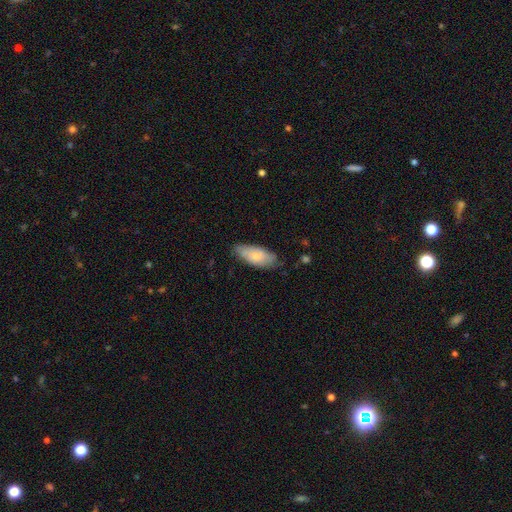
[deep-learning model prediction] Overall: smooth (70%). How rounded: in between (82%). Merging: none (68%).